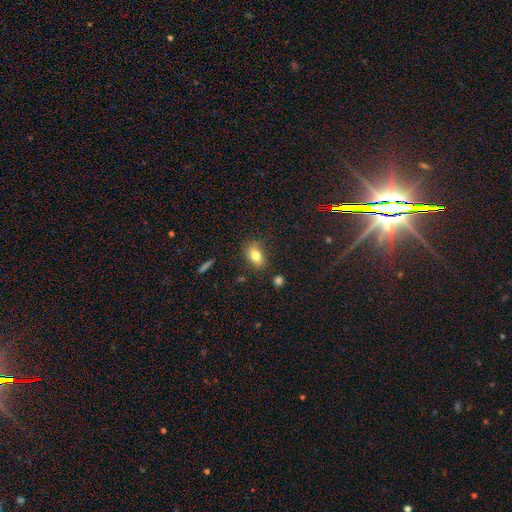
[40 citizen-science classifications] This appears to be a smooth galaxy with no disk features (85%) that is in between round and cigar-shaped (91%). Merging: none (84%).